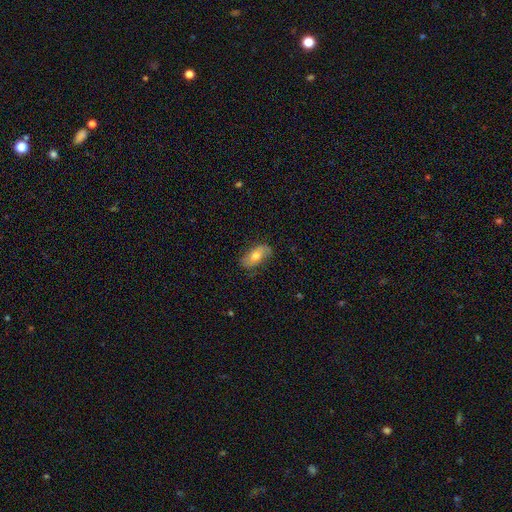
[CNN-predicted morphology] This appears to be a smooth galaxy with no disk features (61%) that is in between round and cigar-shaped (86%). Merging: none (79%).